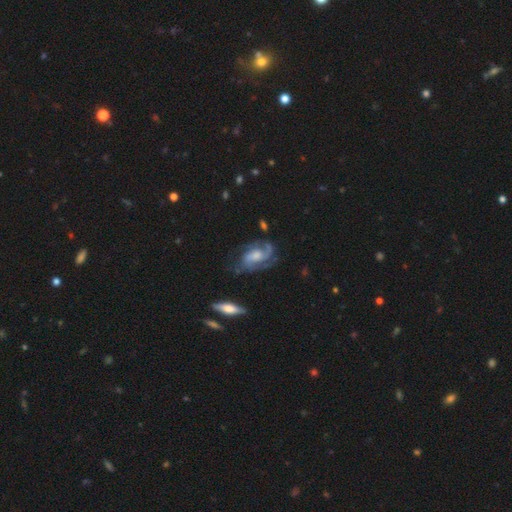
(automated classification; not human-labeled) Smooth or featured? featured or disk (85%)
Edge-on disk? no (96%)
Bar? no (51%)
Spiral arms? yes (96%)
Spiral winding? medium (50%)
Spiral arm count? 2 (68%)
Bulge size? moderate (43%)
Merging? none (60%)